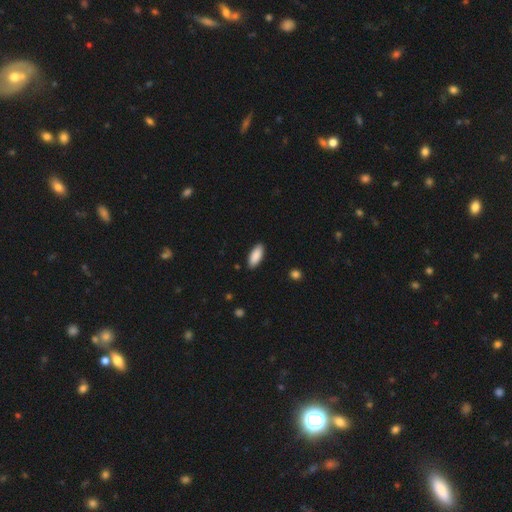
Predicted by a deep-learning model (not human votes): This is clearly a smooth galaxy (90%). How rounded: clearly in between (83%). Merging: clearly none (89%).